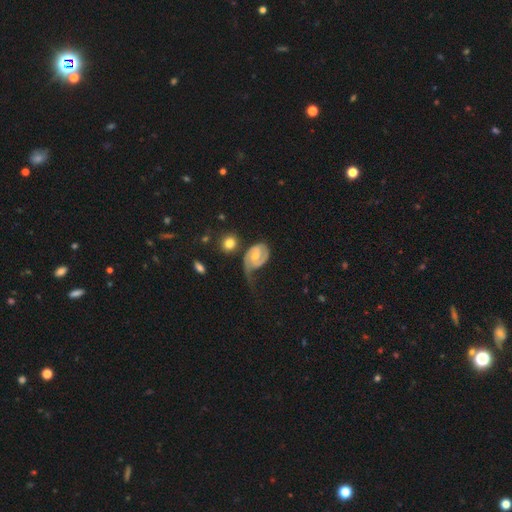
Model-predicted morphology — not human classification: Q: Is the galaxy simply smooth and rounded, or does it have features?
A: featured or disk — 80%.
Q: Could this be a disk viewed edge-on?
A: no — 97%.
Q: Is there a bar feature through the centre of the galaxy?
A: no — 57%.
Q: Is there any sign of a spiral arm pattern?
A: yes — 93%.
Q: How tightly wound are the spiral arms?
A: tight — 44%.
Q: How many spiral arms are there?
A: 1 — 44%.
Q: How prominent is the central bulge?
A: moderate — 60%.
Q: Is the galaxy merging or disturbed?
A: major disturbance — 39%.